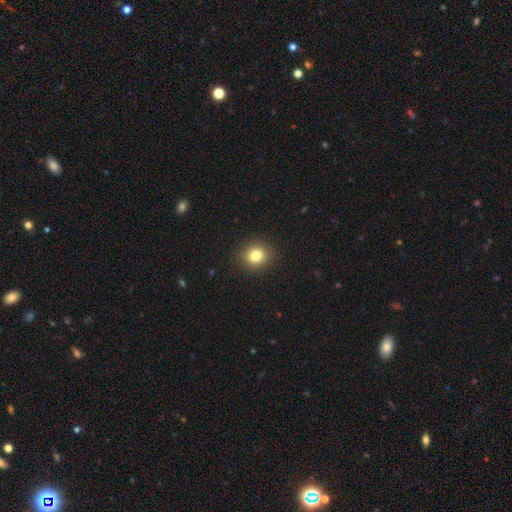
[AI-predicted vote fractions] Smooth or featured? smooth (81%)
How rounded? round (80%)
Merging? none (91%)